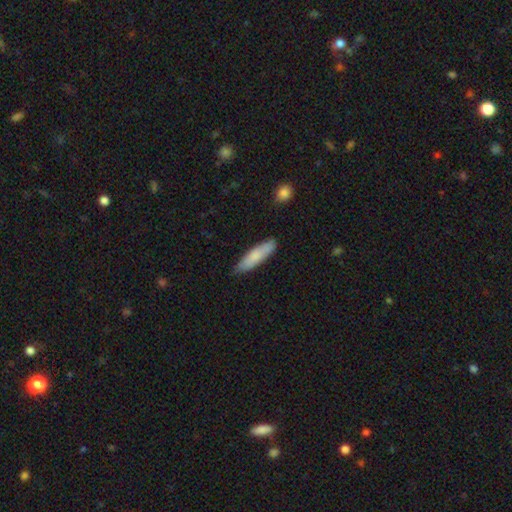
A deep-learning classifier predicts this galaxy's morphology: This is likely a smooth galaxy (78%). How rounded: likely cigar-shaped (73%). Merging: clearly none (82%).